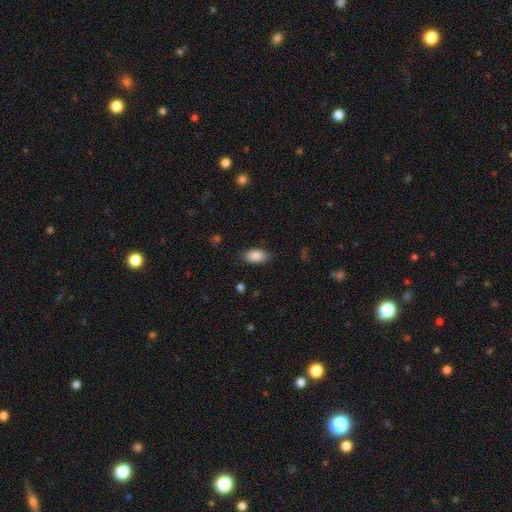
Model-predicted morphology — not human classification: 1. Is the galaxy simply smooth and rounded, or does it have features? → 88% smooth, 7% star or artifact, 5% featured or disk.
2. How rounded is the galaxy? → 92% in between, 6% cigar-shaped, 3% round.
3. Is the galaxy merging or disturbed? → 84% none, 12% minor disturbance, 3% major disturbance, 1% merger.